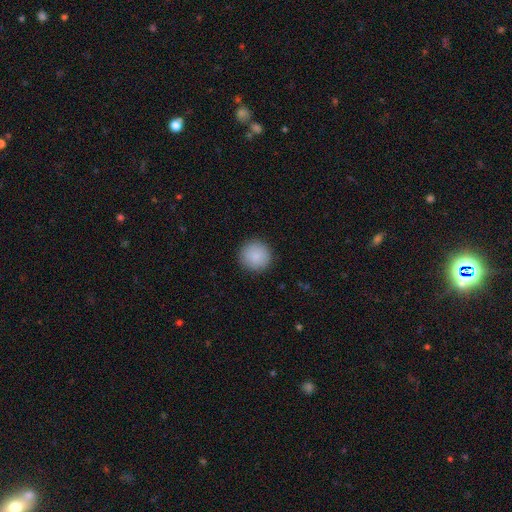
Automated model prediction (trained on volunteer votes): Smooth or featured? Predicted: smooth (p=0.88). How rounded? Predicted: round (p=0.95). Merging? Predicted: none (p=0.91).